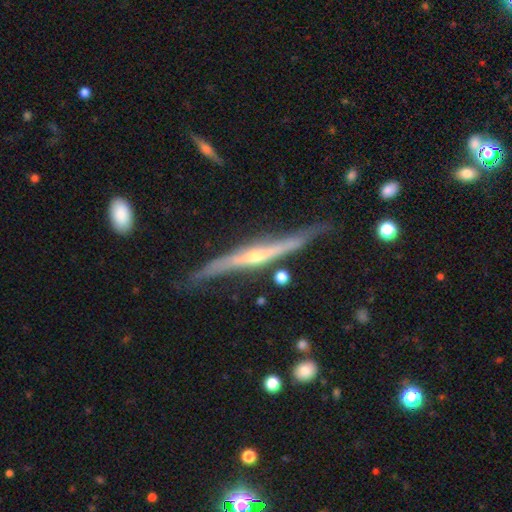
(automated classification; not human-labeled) smooth-or-featured: featured or disk: 80% | smooth: 15% | star or artifact: 5%
  disk-edge-on: yes: 95% | no: 5%
    edge-on-bulge: rounded: 73% | none: 20% | boxy: 7%
  merging: none: 72% | minor disturbance: 19% | major disturbance: 5% | merger: 3%